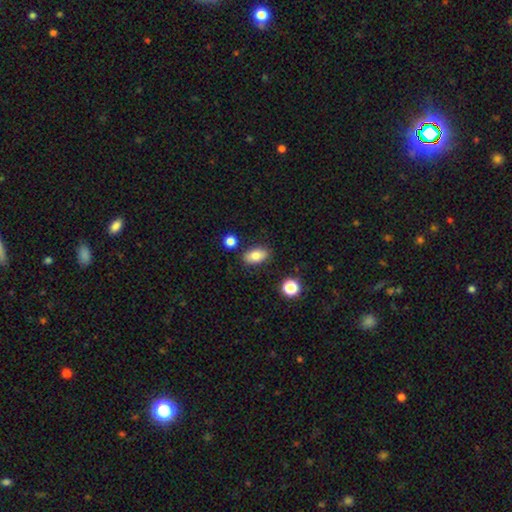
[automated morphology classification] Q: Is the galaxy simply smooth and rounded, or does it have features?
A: smooth — 79%.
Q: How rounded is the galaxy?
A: in between — 88%.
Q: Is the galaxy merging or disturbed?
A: none — 85%.